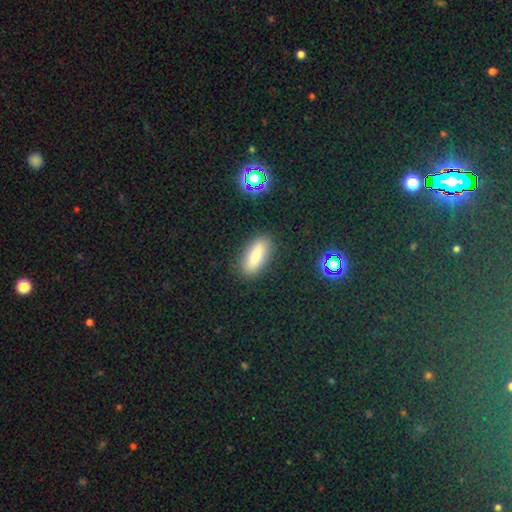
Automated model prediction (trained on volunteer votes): Smooth or featured? Predicted: smooth (p=0.80). How rounded? Predicted: in between (p=0.71). Merging? Predicted: none (p=0.86).